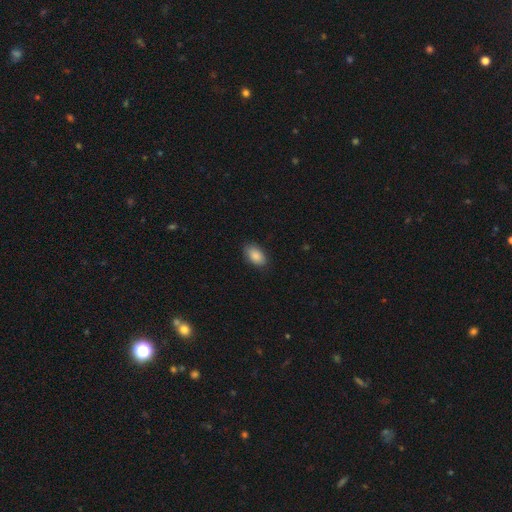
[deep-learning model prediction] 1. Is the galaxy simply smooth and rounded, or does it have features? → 88% smooth, 7% star or artifact, 6% featured or disk.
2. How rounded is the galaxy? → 93% in between, 5% round, 2% cigar-shaped.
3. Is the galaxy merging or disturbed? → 84% none, 12% minor disturbance, 2% major disturbance, 1% merger.